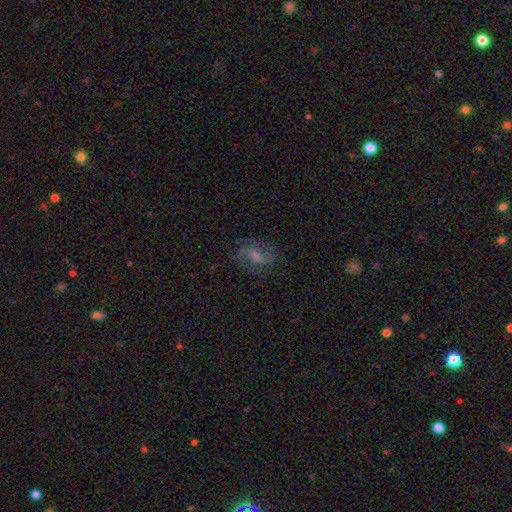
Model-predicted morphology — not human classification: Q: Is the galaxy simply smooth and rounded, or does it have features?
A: featured or disk — 73%.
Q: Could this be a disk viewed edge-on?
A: no — 97%.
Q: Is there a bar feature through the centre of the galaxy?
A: weak — 52%.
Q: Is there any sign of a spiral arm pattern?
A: yes — 93%.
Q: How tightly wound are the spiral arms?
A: medium — 48%.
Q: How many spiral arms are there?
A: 2 — 87%.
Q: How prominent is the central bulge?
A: small — 42%.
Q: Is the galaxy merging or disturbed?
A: none — 75%.